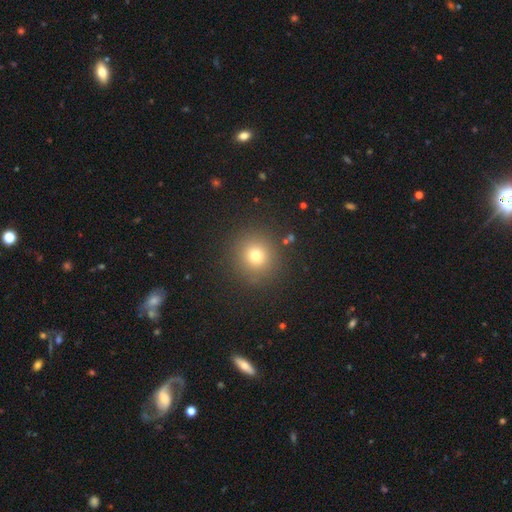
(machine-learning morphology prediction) A smooth galaxy with no disk features (74%) that is round (92%).

Vote fractions:
- Smooth or featured? smooth: 74% / star or artifact: 17% / featured or disk: 9%
- How rounded? round: 92% / in between: 7% / cigar-shaped: 1%
- Merging? none: 89% / minor disturbance: 7% / major disturbance: 3% / merger: 2%